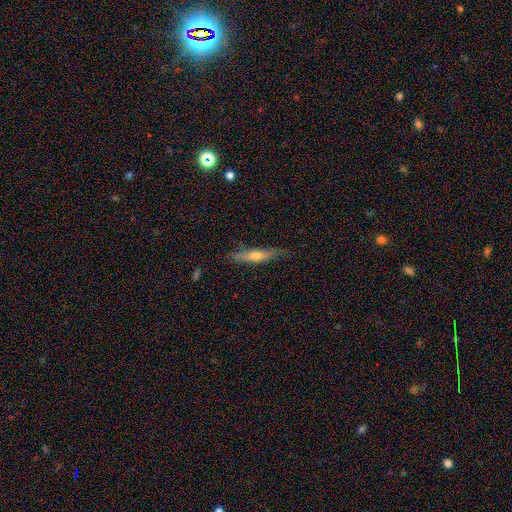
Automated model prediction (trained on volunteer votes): A featured or disk galaxy (47%).

Vote fractions:
- Smooth or featured? featured or disk: 47% / smooth: 46% / star or artifact: 6%
- Merging? none: 78% / minor disturbance: 17% / major disturbance: 3% / merger: 2%